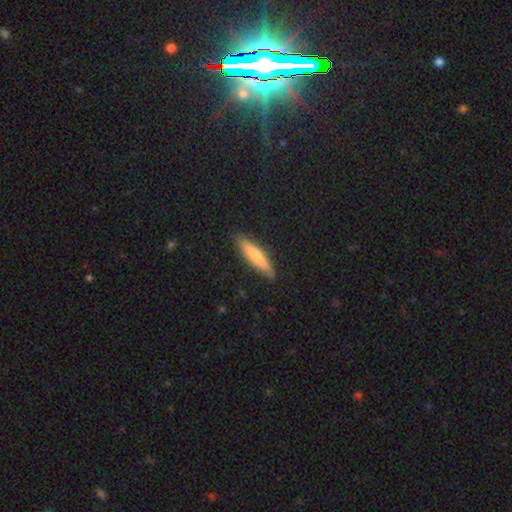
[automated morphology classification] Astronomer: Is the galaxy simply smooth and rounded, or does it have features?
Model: smooth — 68%.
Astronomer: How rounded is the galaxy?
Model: cigar-shaped — 80%.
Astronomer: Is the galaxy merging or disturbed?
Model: none — 87%.